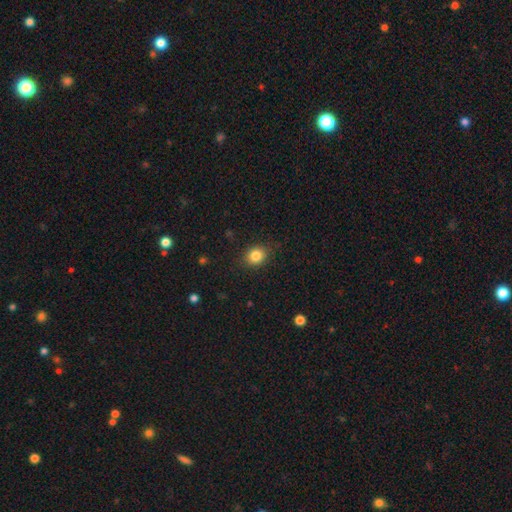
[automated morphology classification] A smooth galaxy with no disk features (84%) that is round (63%).

Vote fractions:
- Smooth or featured? smooth: 84% / star or artifact: 10% / featured or disk: 6%
- How rounded? round: 63% / in between: 36% / cigar-shaped: 1%
- Merging? none: 86% / minor disturbance: 10% / major disturbance: 3% / merger: 1%